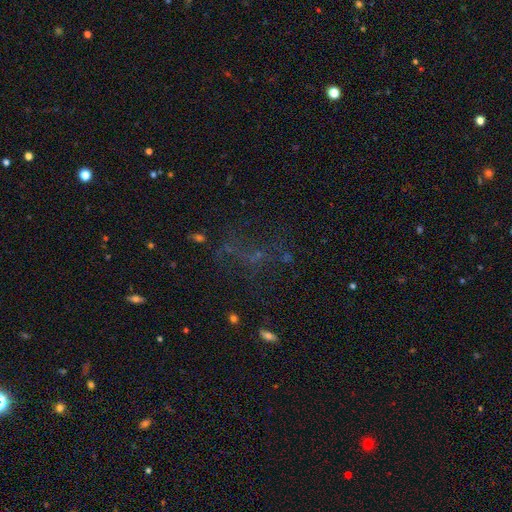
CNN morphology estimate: Smooth or featured: star or artifact — 47% (smooth — 28%)